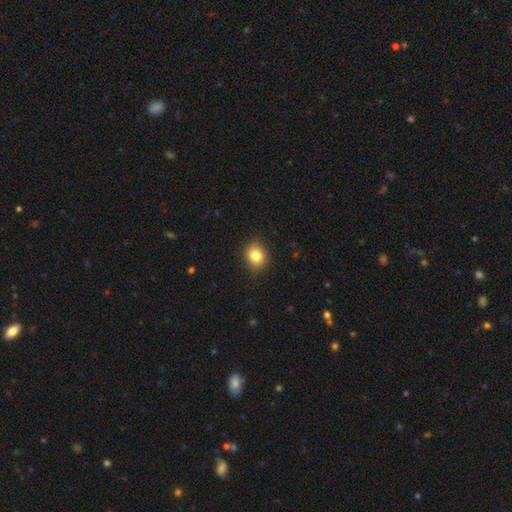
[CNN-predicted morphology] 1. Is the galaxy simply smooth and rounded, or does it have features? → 82% smooth, 11% star or artifact, 7% featured or disk.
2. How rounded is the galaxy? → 68% round, 31% in between, 1% cigar-shaped.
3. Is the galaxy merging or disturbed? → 87% none, 9% minor disturbance, 2% major disturbance, 1% merger.